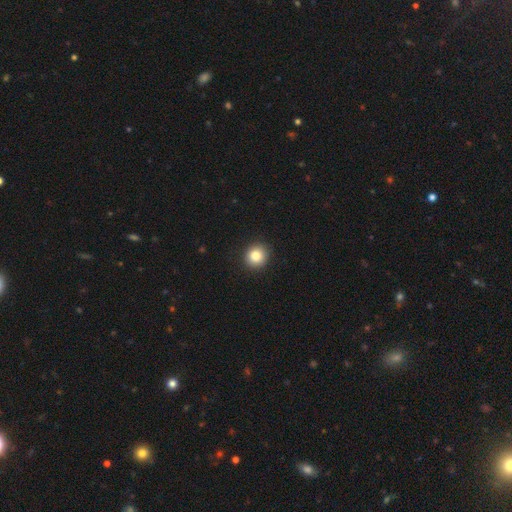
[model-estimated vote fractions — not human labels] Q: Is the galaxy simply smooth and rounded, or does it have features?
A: smooth — 84%.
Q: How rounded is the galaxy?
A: round — 88%.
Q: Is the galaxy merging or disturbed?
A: none — 92%.